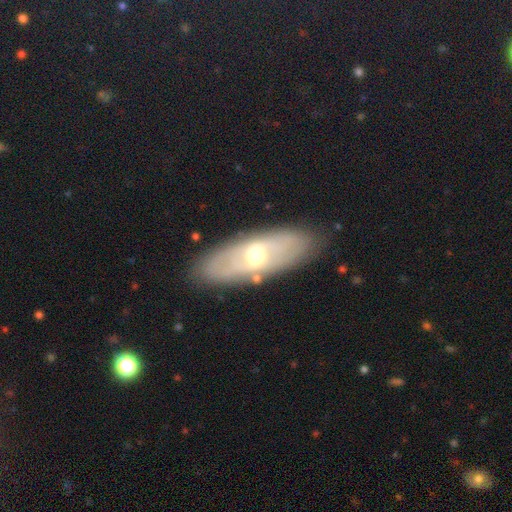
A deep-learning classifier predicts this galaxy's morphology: Smooth or featured: featured or disk — 63% (smooth — 31%)
Edge-on disk: no — 80% (yes — 20%)
Bar: no — 45% (weak — 39%)
Spiral arms: no — 57% (yes — 43%)
Bulge size: moderate — 69% (small — 16%)
Merging: none — 83% (minor disturbance — 11%)